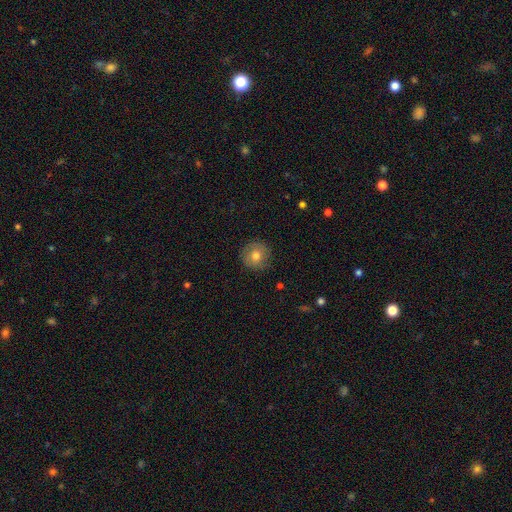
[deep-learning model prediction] Smooth or featured? Predicted: smooth (p=0.73). How rounded? Predicted: round (p=0.94). Merging? Predicted: none (p=0.87).